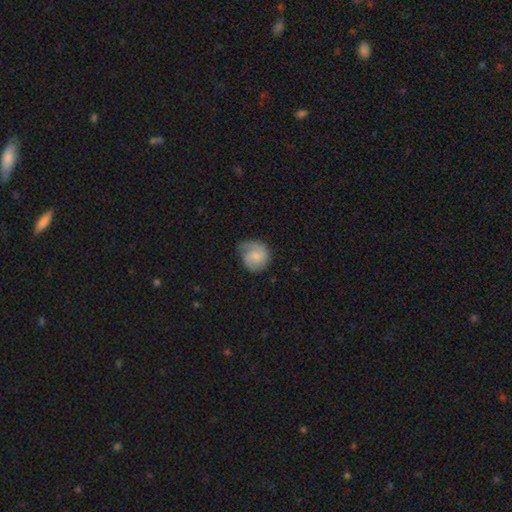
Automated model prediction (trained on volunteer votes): This appears to be a smooth galaxy with no disk features (55%) that is round (77%). Merging: none (46%).